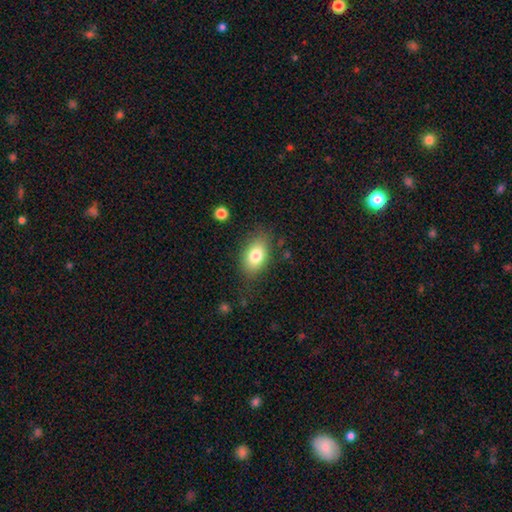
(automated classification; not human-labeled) Smooth or featured: smooth — 79% (featured or disk — 12%)
How rounded: in between — 86% (round — 12%)
Merging: none — 79% (minor disturbance — 15%)